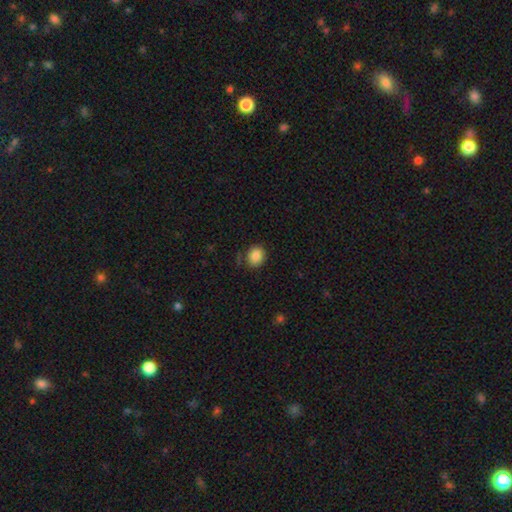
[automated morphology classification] smooth-or-featured: smooth: 85% | star or artifact: 9% | featured or disk: 5%
  how-rounded: round: 75% | in between: 24% | cigar-shaped: 1%
  merging: none: 82% | minor disturbance: 12% | major disturbance: 3% | merger: 2%